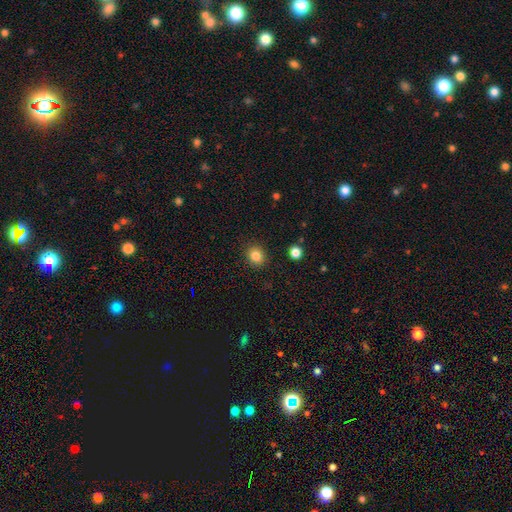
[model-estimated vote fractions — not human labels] Q: Smooth or featured?
A: smooth (83%); runner-up: star or artifact (12%)
Q: How rounded?
A: round (78%); runner-up: in between (21%)
Q: Merging?
A: none (90%); runner-up: minor disturbance (7%)